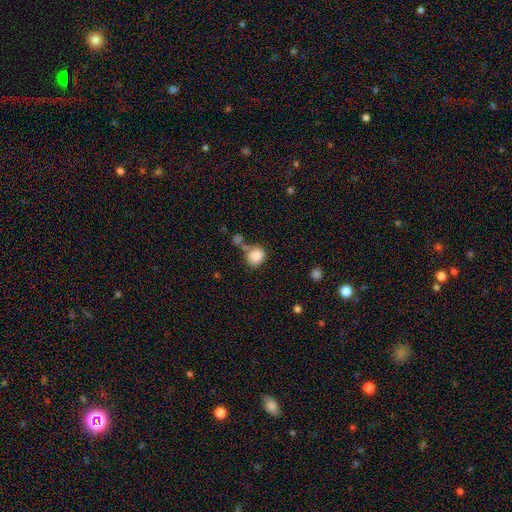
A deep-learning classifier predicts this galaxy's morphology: Smooth or featured? Predicted: smooth (p=0.86). How rounded? Predicted: round (p=0.83). Merging? Predicted: none (p=0.57).